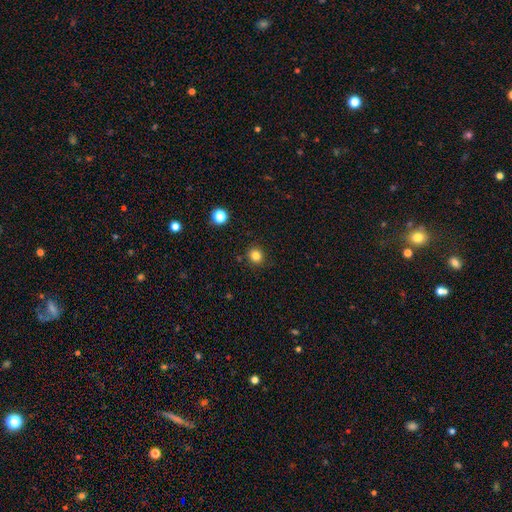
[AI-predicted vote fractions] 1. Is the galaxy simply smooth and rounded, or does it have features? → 83% smooth, 12% star or artifact, 5% featured or disk.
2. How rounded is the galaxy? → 89% round, 10% in between, 1% cigar-shaped.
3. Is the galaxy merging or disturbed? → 89% none, 7% minor disturbance, 2% major disturbance, 2% merger.